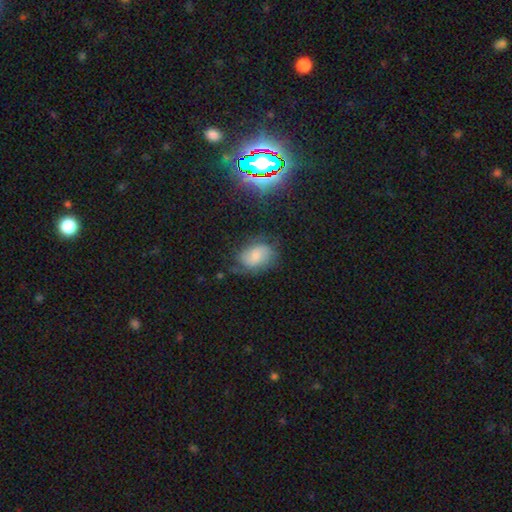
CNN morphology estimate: smooth 51%, featured or disk 37%, star or artifact 12%. Down the decision tree: how rounded — in between (79%); merging — none (53%).